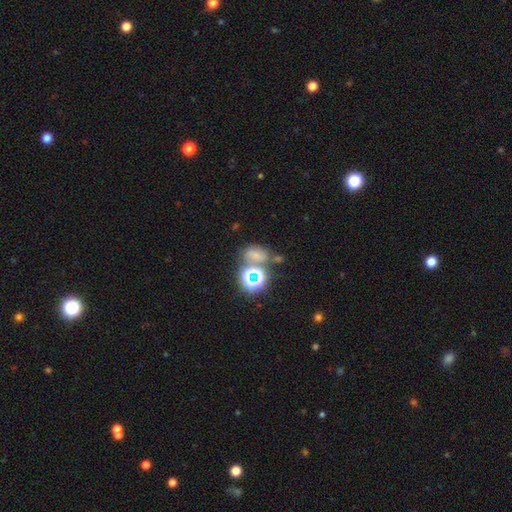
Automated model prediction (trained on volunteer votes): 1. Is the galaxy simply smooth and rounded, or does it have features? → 48% smooth, 39% star or artifact, 13% featured or disk.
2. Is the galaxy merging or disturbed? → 47% none, 26% merger, 17% minor disturbance, 11% major disturbance.